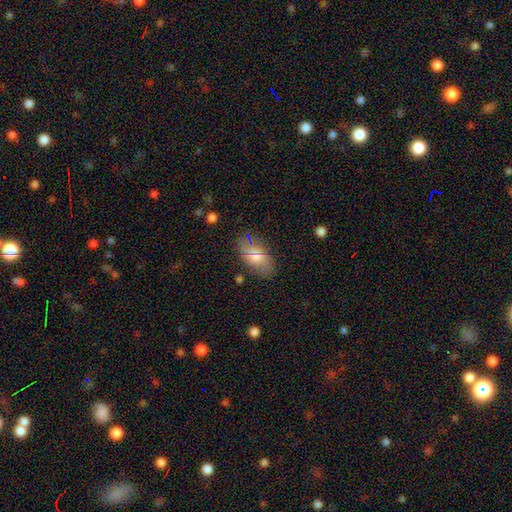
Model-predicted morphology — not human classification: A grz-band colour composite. It shows a smooth galaxy with no disk features (71%) that is in between round and cigar-shaped (91%). Merging: none (74%).